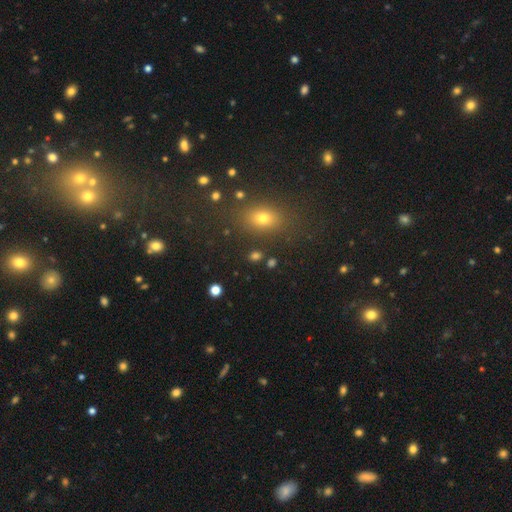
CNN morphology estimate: Smooth or featured: smooth — 69% (star or artifact — 22%)
How rounded: in between — 62% (round — 35%)
Merging: none — 81% (minor disturbance — 10%)